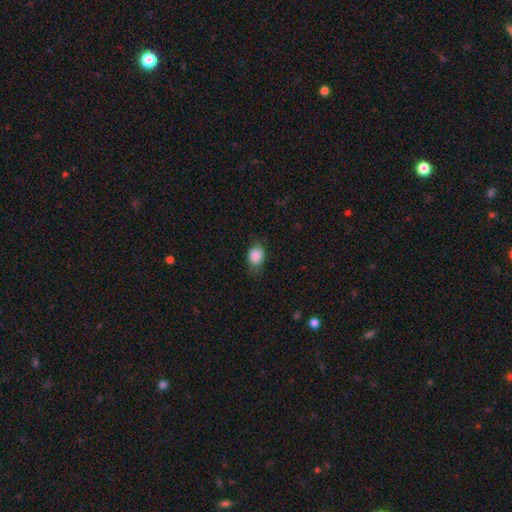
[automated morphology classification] Smooth or featured? smooth (86%)
How rounded? in between (62%)
Merging? none (66%)